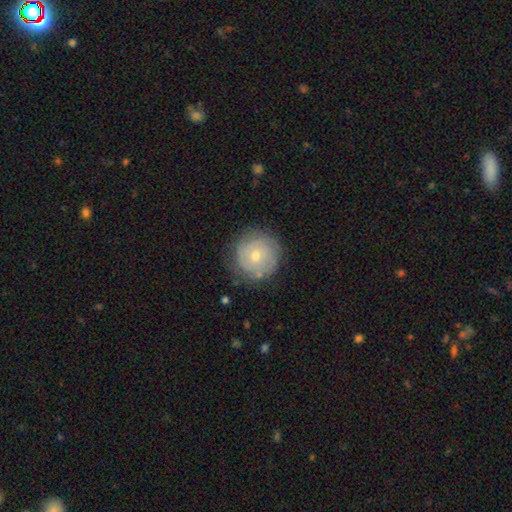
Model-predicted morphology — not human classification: This appears to be a smooth galaxy with no disk features (49%). Merging: none (79%).